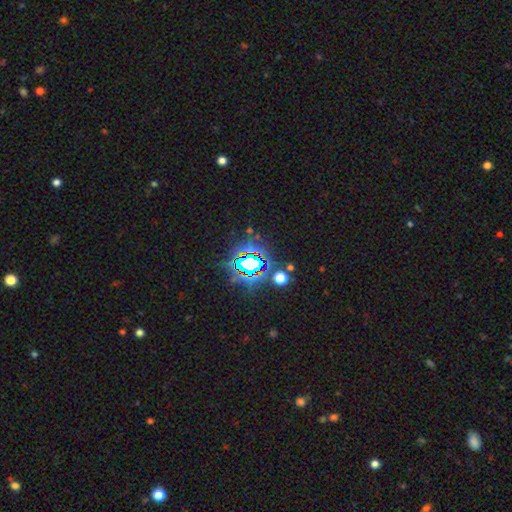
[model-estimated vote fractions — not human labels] Smooth or featured? Predicted: star or artifact (p=0.86).